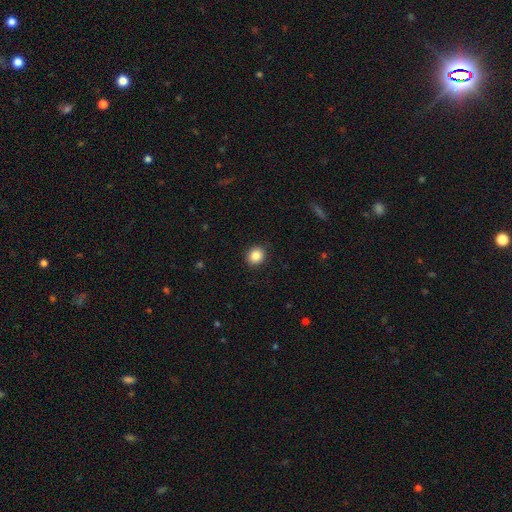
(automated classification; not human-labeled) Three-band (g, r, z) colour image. It shows a smooth galaxy with no disk features (86%) that is round (80%). Merging: none (90%).